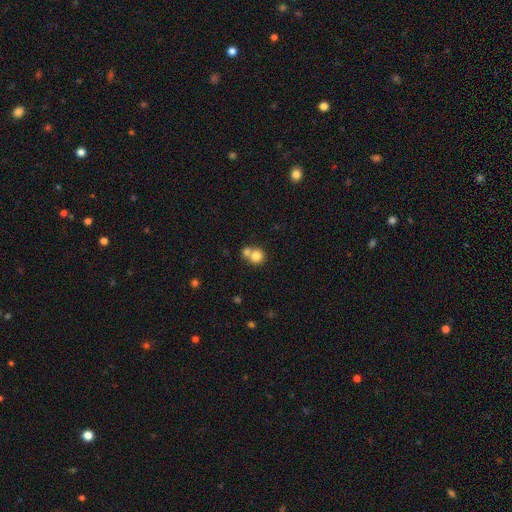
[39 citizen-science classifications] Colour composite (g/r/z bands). It shows a smooth galaxy with no disk features (77%) that is round (93%). Merging: merger (58%).